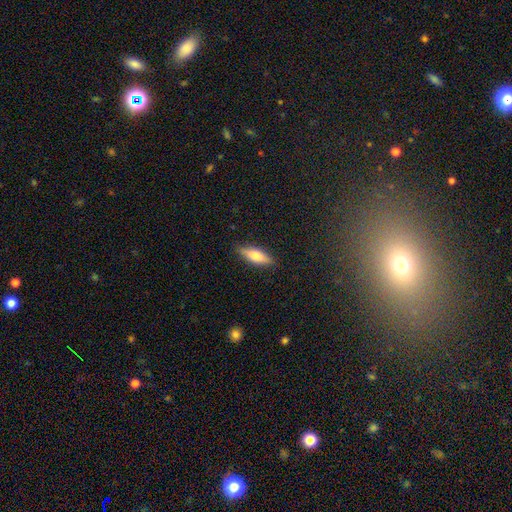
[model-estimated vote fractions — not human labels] A smooth galaxy with no disk features (67%) that is in between round and cigar-shaped (53%).

Vote fractions:
- Smooth or featured? smooth: 67% / featured or disk: 27% / star or artifact: 6%
- How rounded? in between: 53% / cigar-shaped: 45% / round: 2%
- Merging? none: 86% / minor disturbance: 10% / major disturbance: 2% / merger: 1%